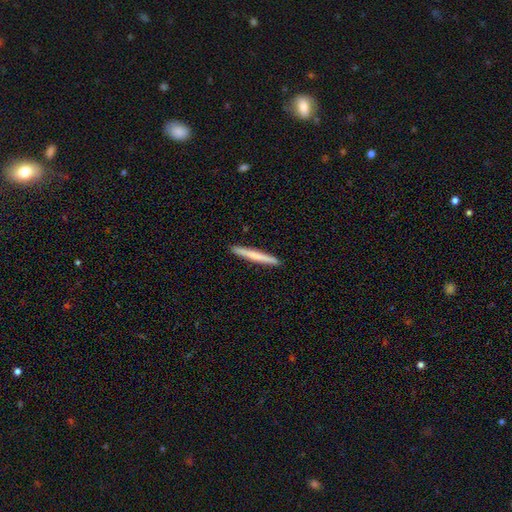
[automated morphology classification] Smooth or featured?
  - smooth: 67% *
  - featured or disk: 28%
  - star or artifact: 5%
How rounded?
  - cigar-shaped: 97% *
  - in between: 2%
  - round: 1%
Merging?
  - none: 93% *
  - minor disturbance: 5%
  - major disturbance: 1%
  - merger: 1%